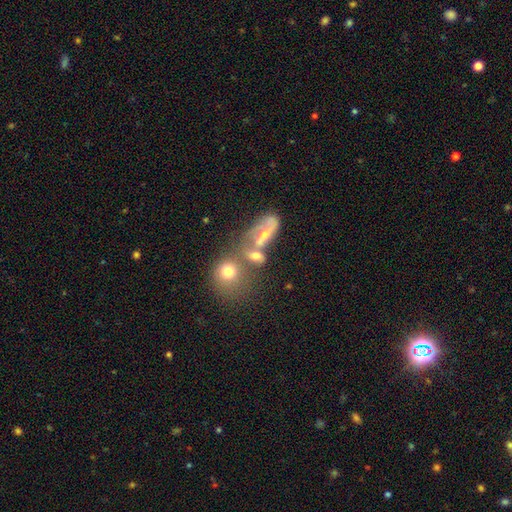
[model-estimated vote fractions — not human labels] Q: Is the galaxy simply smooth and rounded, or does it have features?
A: smooth — 58%.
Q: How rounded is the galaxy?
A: in between — 58%.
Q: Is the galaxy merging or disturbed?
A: merger — 48%.